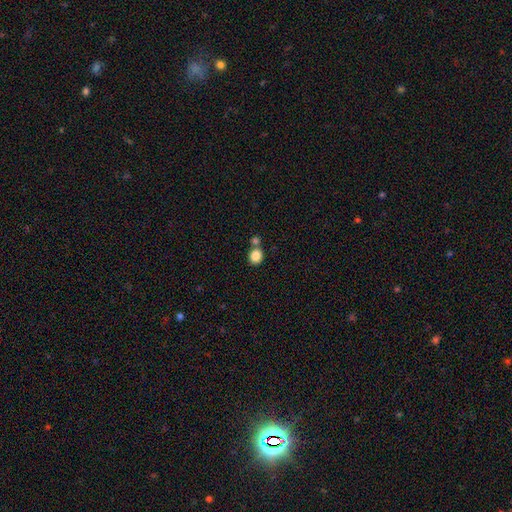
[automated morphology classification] A smooth galaxy with no disk features (85%) that is round (71%).

Vote fractions:
- Smooth or featured? smooth: 85% / star or artifact: 10% / featured or disk: 5%
- How rounded? round: 71% / in between: 28% / cigar-shaped: 1%
- Merging? none: 61% / merger: 26% / minor disturbance: 9% / major disturbance: 3%